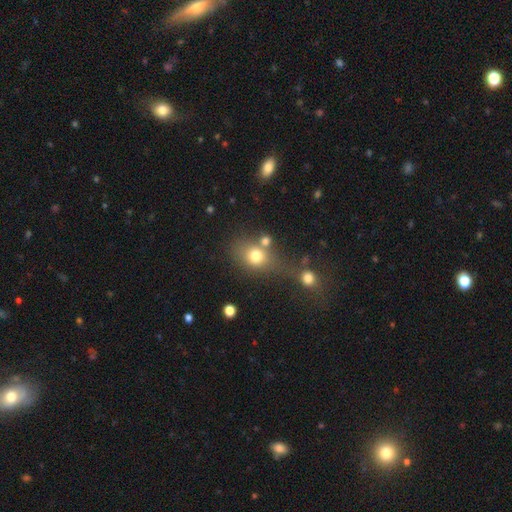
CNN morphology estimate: Overall: smooth (74%). How rounded: round (53%; in between 45%). Merging: none (43%; merger 34%).